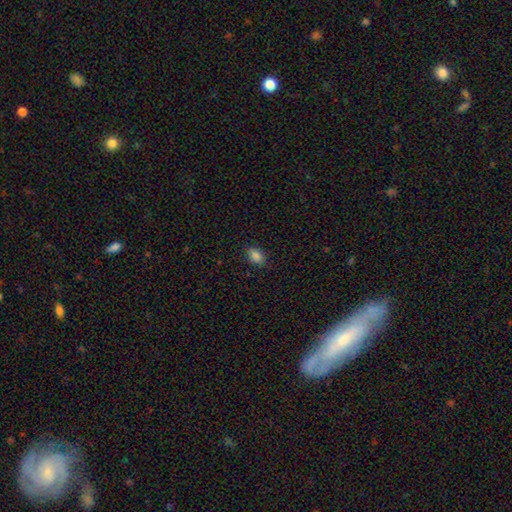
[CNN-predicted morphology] A smooth galaxy with no disk features (87%) that is in between round and cigar-shaped (90%).

Vote fractions:
- Smooth or featured? smooth: 87% / star or artifact: 9% / featured or disk: 4%
- How rounded? in between: 90% / round: 8% / cigar-shaped: 3%
- Merging? none: 87% / minor disturbance: 10% / major disturbance: 2% / merger: 1%